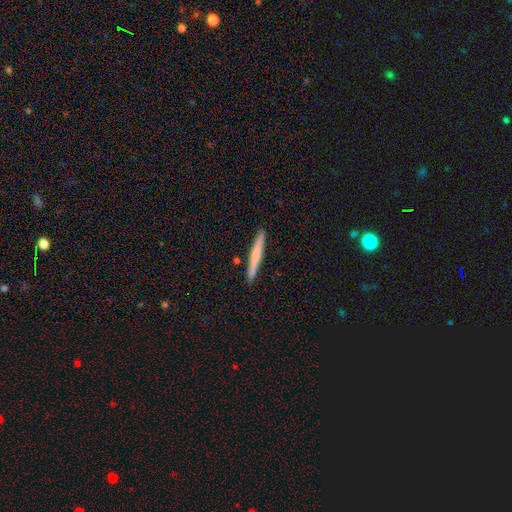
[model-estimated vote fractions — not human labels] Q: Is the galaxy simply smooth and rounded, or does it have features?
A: smooth — 66%.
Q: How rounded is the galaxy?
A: cigar-shaped — 96%.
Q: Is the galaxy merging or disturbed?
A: none — 90%.